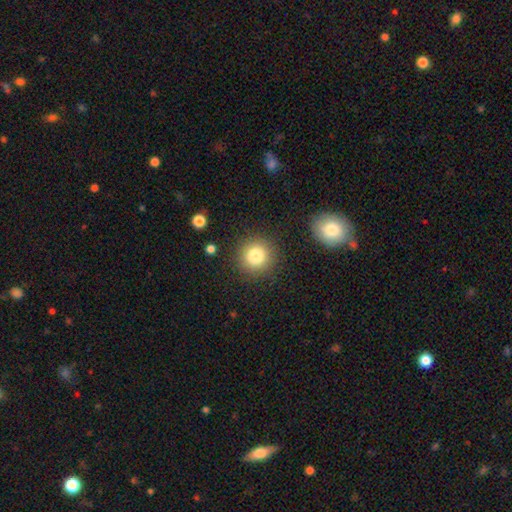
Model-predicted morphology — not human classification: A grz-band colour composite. It shows a smooth galaxy with no disk features (81%) that is round (94%). Merging: none (88%).